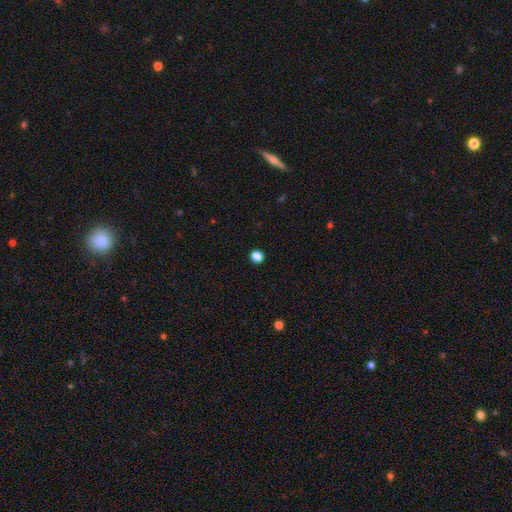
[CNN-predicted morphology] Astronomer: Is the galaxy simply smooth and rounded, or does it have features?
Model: smooth — 81%.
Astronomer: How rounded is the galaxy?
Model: round — 89%.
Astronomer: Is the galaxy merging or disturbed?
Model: none — 92%.